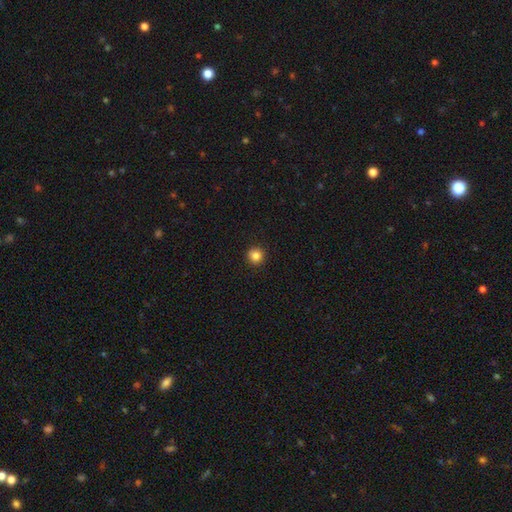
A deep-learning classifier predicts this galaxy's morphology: type=smooth (85%); roundness=round (95%); merging=none (93%).